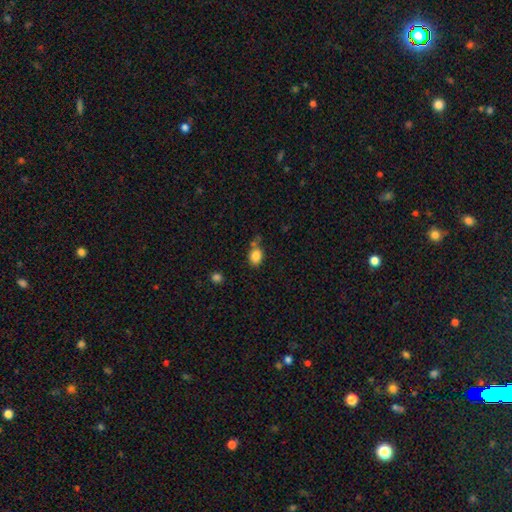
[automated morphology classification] Smooth or featured? smooth (85%)
How rounded? in between (60%)
Merging? none (59%)